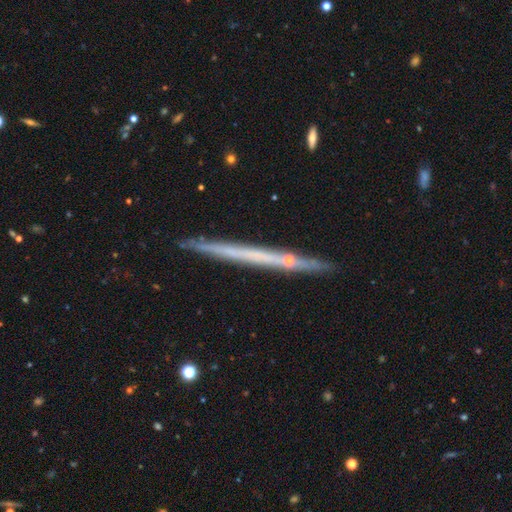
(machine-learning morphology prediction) type=featured or disk (59%); edge-on=yes (97%); edge-on bulge=none (90%); merging=none (87%).